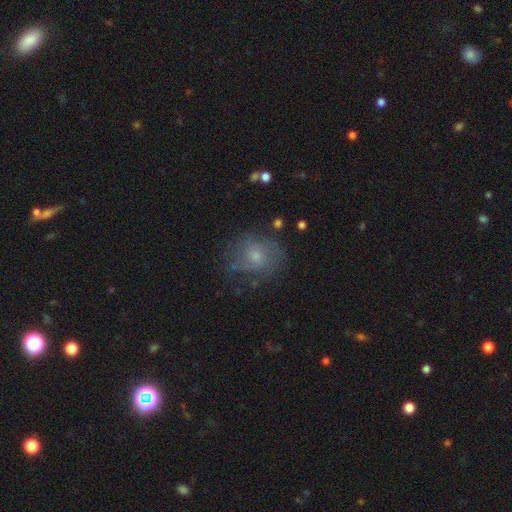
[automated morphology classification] smooth_or_featured: featured or disk (p=0.51) [alt: smooth p=0.37]
disk_edge_on: no (p=0.97) [alt: yes p=0.03]
merging: none (p=0.65) [alt: minor disturbance p=0.21]